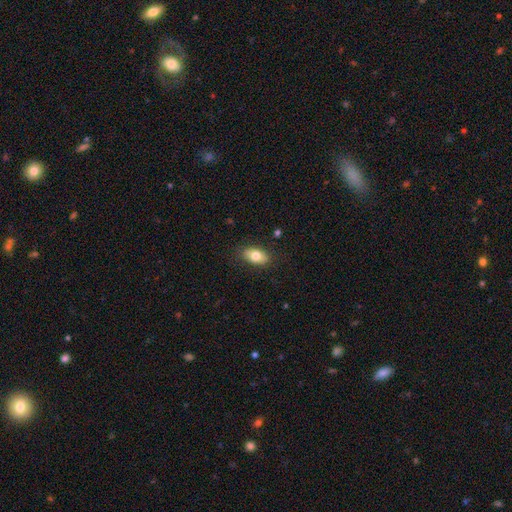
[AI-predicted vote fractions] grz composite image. It shows a smooth galaxy with no disk features (78%) that is in between round and cigar-shaped (90%). Merging: none (84%).